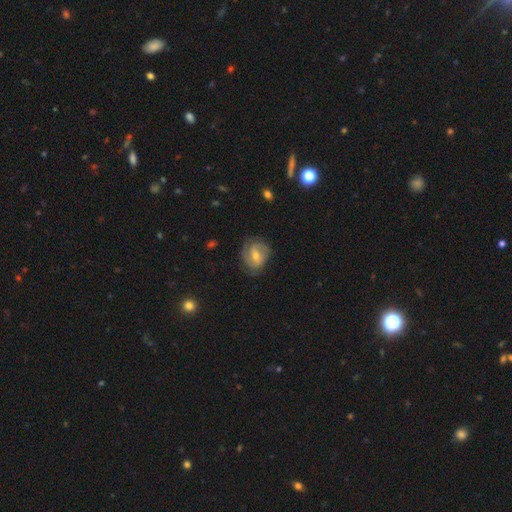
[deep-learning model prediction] This appears to be a featured or disk galaxy (68%) with a weak bar (50%), 2 (48%) tight (48%) spiral arms (89%) and a moderate central bulge (54%). Merging: none (71%).